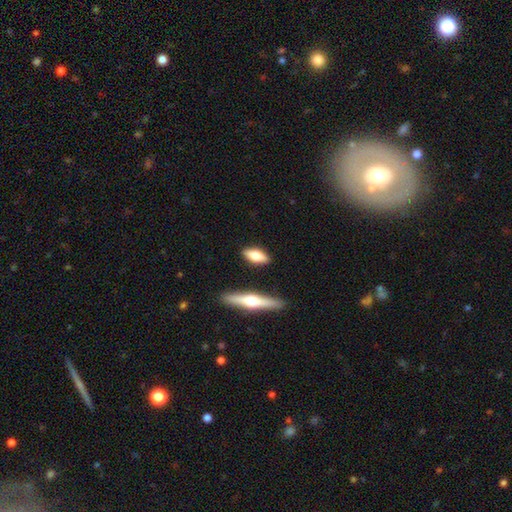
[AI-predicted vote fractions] The model was most divided on "how rounded": in between: 64%, cigar-shaped: 33%, round: 3%. More confident: merging — none (86%); smooth or featured — smooth (63%).